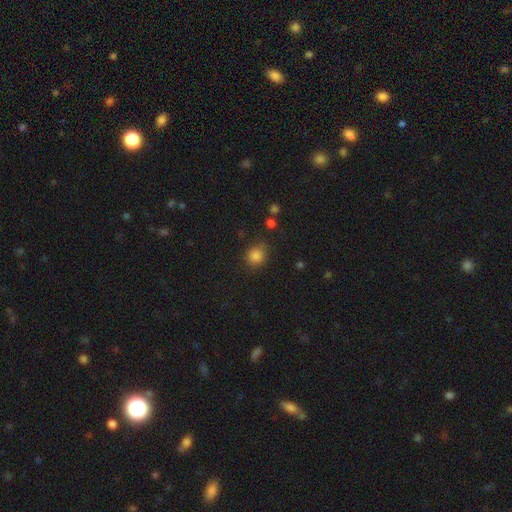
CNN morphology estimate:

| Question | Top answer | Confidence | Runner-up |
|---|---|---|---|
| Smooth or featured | smooth | 84% | star or artifact (12%) |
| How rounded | round | 80% | in between (19%) |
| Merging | none | 80% | minor disturbance (13%) |